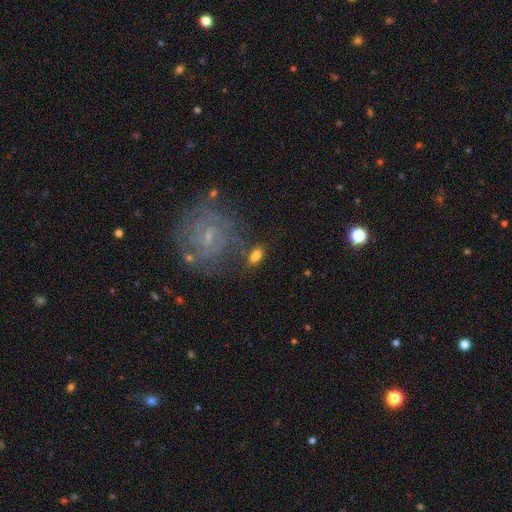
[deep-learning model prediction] Smooth or featured: smooth — 64% (featured or disk — 27%)
How rounded: in between — 83% (round — 10%)
Merging: none — 67% (minor disturbance — 16%)